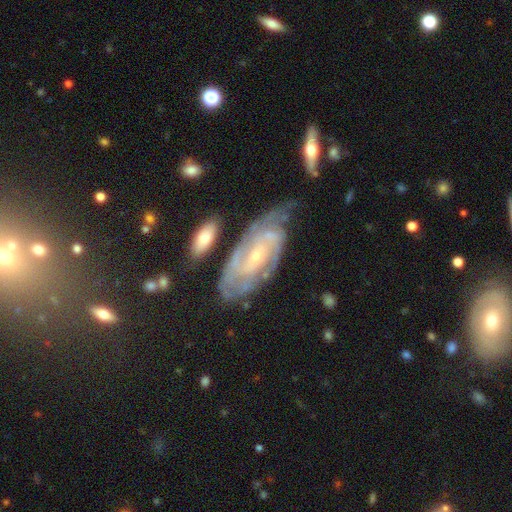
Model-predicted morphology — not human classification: Smooth or featured: featured or disk — 84% (smooth — 9%)
Edge-on disk: no — 93% (yes — 7%)
Bar: no — 51% (weak — 37%)
Spiral arms: yes — 94% (no — 6%)
Spiral winding: tight — 62% (medium — 31%)
Spiral arm count: 2 — 35% (can't tell — 33%)
Bulge size: small — 77% (moderate — 19%)
Merging: none — 58% (minor disturbance — 24%)